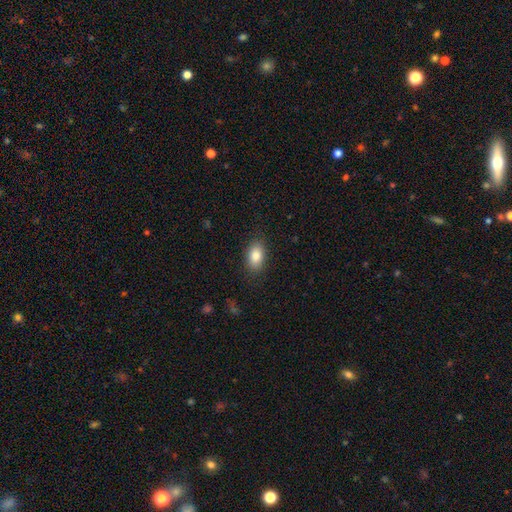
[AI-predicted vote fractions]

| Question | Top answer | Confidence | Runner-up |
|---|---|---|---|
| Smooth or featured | smooth | 85% | featured or disk (8%) |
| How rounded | in between | 90% | round (7%) |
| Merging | none | 86% | minor disturbance (10%) |